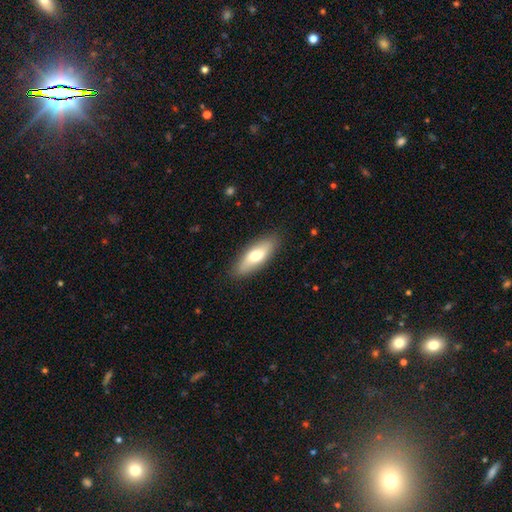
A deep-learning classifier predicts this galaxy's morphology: Q: Smooth or featured?
A: smooth (66%); runner-up: featured or disk (29%)
Q: How rounded?
A: in between (67%); runner-up: cigar-shaped (30%)
Q: Merging?
A: none (87%); runner-up: minor disturbance (10%)